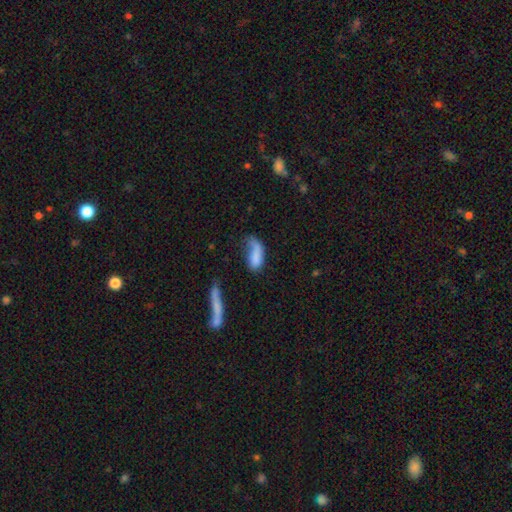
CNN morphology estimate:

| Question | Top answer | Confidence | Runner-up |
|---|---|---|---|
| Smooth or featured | smooth | 71% | featured or disk (20%) |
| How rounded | in between | 79% | cigar-shaped (16%) |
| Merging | major disturbance | 37% | minor disturbance (27%) |